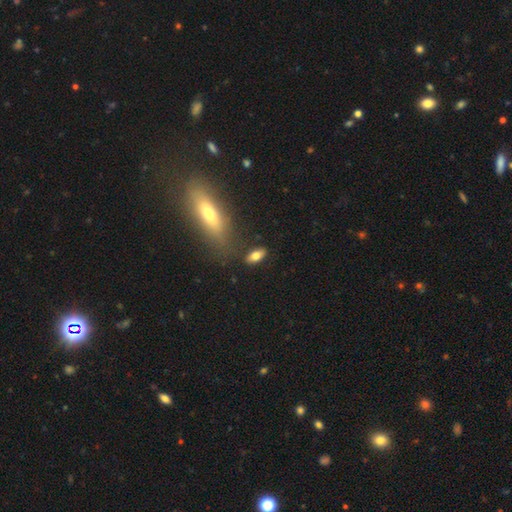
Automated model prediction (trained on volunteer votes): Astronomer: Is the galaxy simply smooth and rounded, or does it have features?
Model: smooth — 76%.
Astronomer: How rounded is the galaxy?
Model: in between — 82%.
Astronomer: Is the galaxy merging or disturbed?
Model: none — 81%.